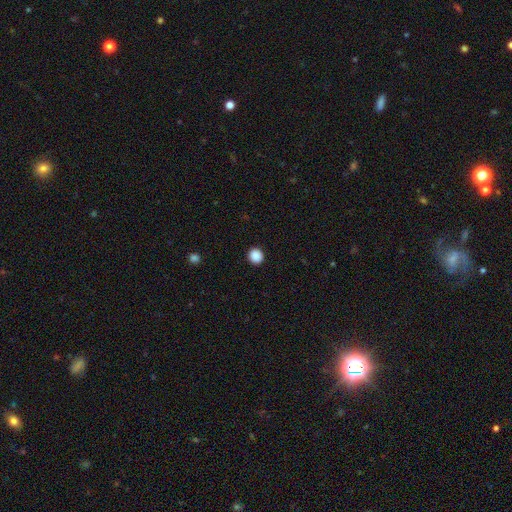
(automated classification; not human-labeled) Overall: smooth (89%). How rounded: round (92%). Merging: none (93%).